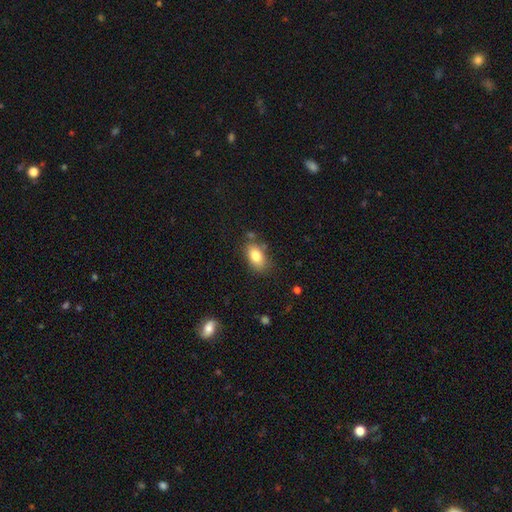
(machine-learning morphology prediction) Smooth or featured?
  - smooth: 83% *
  - featured or disk: 9%
  - star or artifact: 8%
How rounded?
  - in between: 88% *
  - round: 10%
  - cigar-shaped: 2%
Merging?
  - none: 73% *
  - minor disturbance: 18%
  - merger: 5%
  - major disturbance: 4%